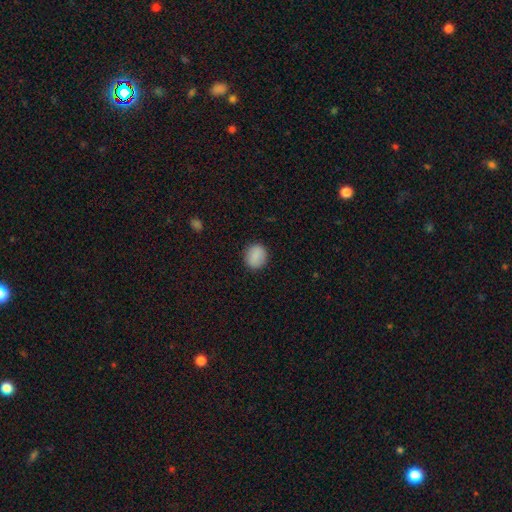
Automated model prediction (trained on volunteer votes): Overall: smooth (87%). How rounded: round (74%). Merging: none (89%).